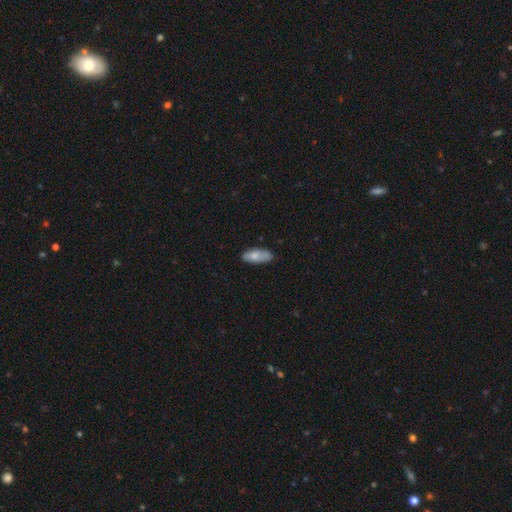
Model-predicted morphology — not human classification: This appears to be a smooth galaxy with no disk features (76%) that is in between round and cigar-shaped (82%). Merging: none (74%).